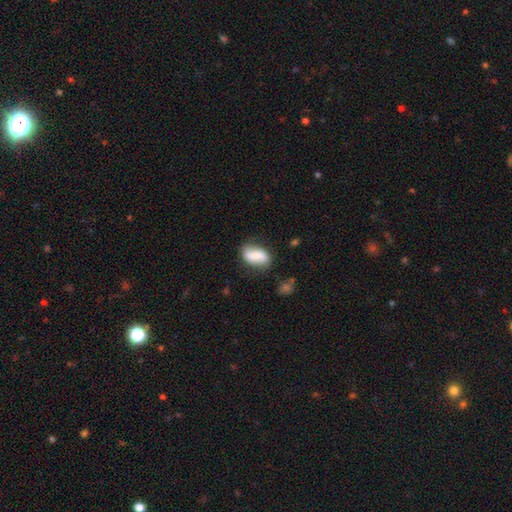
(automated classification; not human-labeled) Morphology: type=smooth (65%); roundness=in between (87%); merging=none (68%).